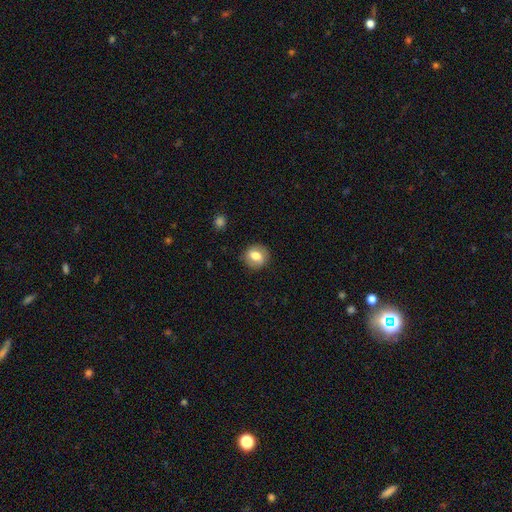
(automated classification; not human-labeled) This is likely a smooth galaxy (65%). How rounded: likely round (76%). Merging: clearly none (82%).